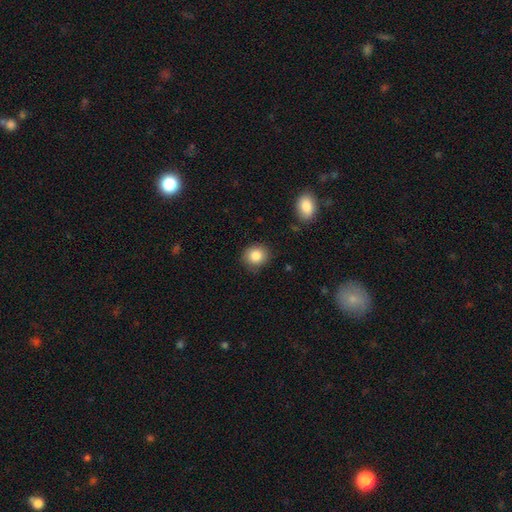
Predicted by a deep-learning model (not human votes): Overall: smooth (84%). How rounded: round (79%). Merging: none (85%).